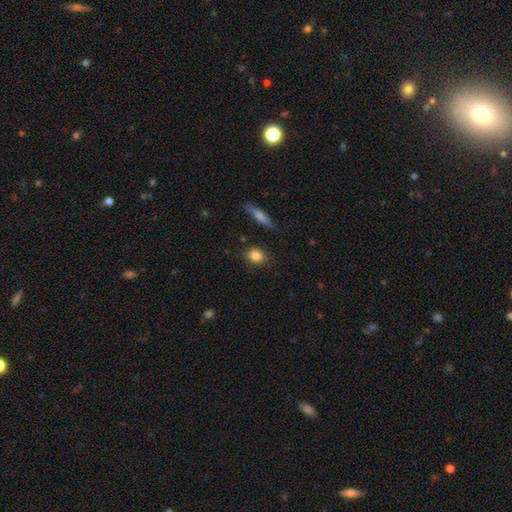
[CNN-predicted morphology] This appears to be a smooth galaxy with no disk features (84%) that is round (49%). Merging: none (83%).